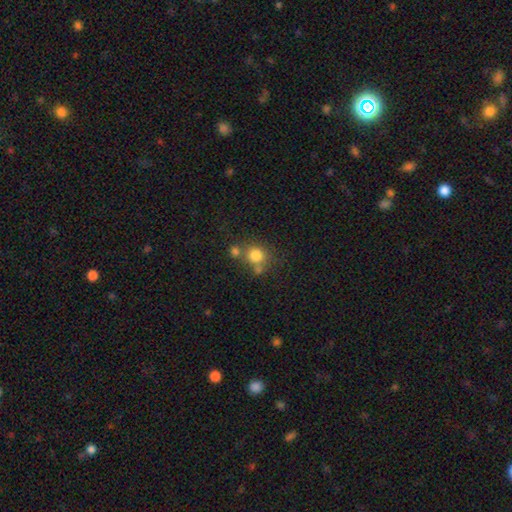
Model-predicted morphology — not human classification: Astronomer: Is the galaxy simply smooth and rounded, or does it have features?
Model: smooth — 79%.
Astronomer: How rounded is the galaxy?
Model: round — 84%.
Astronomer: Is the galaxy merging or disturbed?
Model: none — 55%.